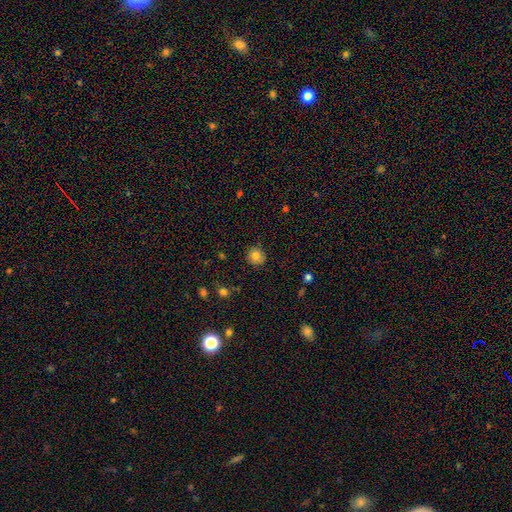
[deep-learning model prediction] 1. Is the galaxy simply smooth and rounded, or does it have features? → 80% smooth, 11% star or artifact, 9% featured or disk.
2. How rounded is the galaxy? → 92% round, 7% in between, 1% cigar-shaped.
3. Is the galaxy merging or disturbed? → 87% none, 10% minor disturbance, 2% major disturbance, 1% merger.